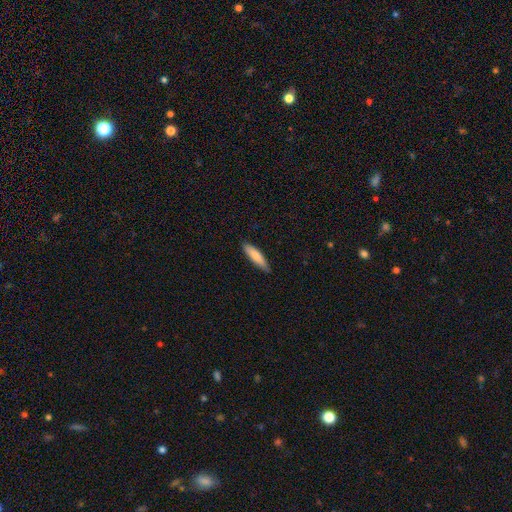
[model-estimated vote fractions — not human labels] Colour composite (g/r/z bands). It shows a smooth galaxy with no disk features (82%) that is cigar-shaped (75%). Merging: none (86%).